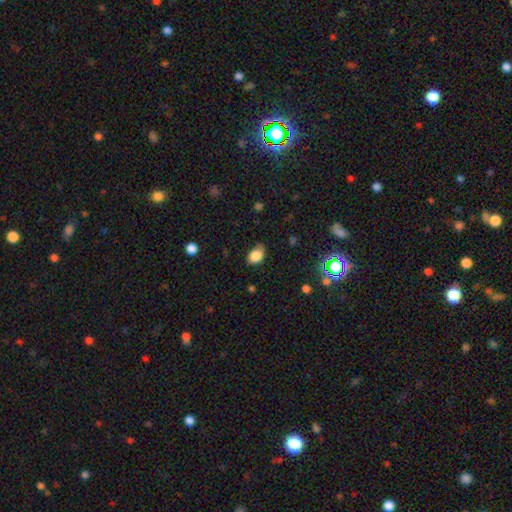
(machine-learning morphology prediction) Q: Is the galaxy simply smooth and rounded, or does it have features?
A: smooth — 84%.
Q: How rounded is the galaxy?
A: in between — 79%.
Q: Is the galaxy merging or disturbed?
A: none — 65%.